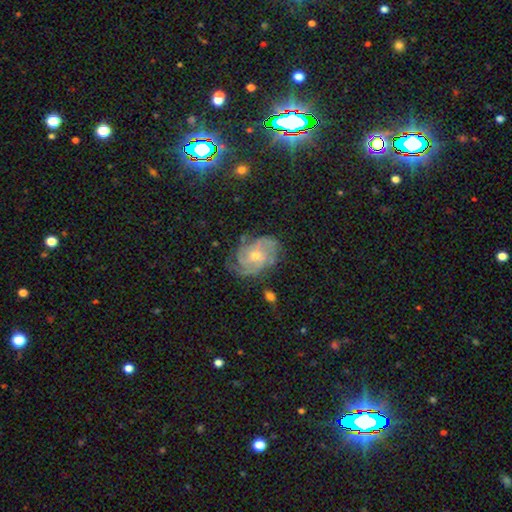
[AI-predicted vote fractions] featured or disk 81%, star or artifact 9%, smooth 9%. Down the decision tree: edge-on disk — no (97%); bar — no (71%); spiral arms — yes (96%); spiral arm count — 3 (27%); spiral winding — tight (61%); bulge size — small (52%); merging — none (74%).